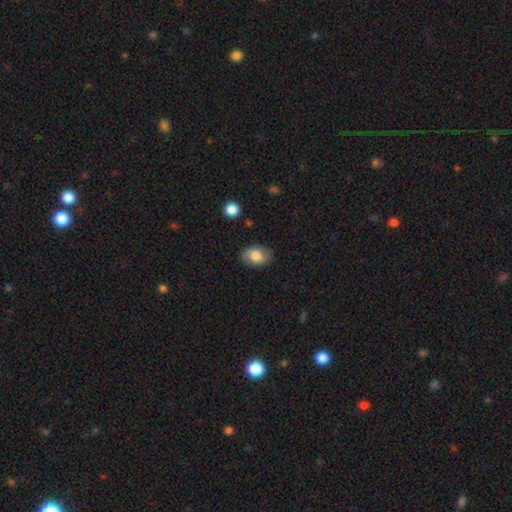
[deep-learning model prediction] smooth-or-featured: smooth: 76% | featured or disk: 17% | star or artifact: 7%
  how-rounded: in between: 88% | round: 11% | cigar-shaped: 1%
  merging: none: 84% | minor disturbance: 12% | major disturbance: 3% | merger: 1%